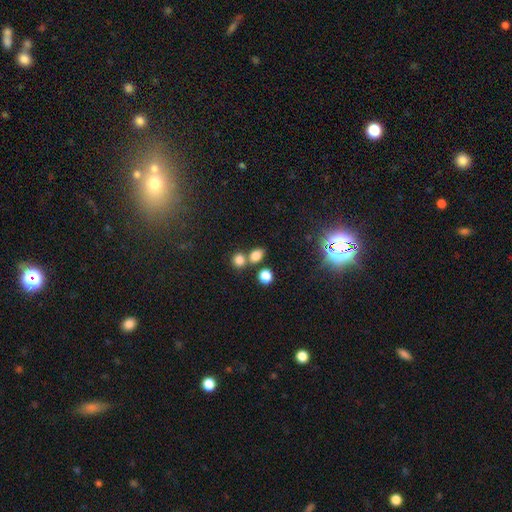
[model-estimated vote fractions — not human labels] Smooth or featured: smooth — 77% (star or artifact — 16%)
How rounded: in between — 53% (round — 45%)
Merging: none — 52% (merger — 36%)